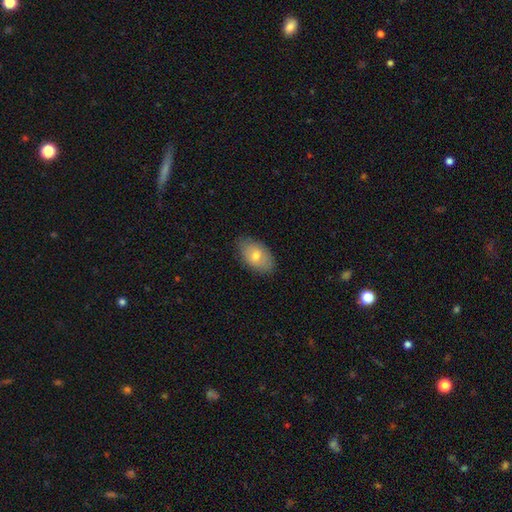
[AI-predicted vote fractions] smooth 69%, featured or disk 24%, star or artifact 7%. Down the decision tree: how rounded — in between (92%); merging — none (81%).